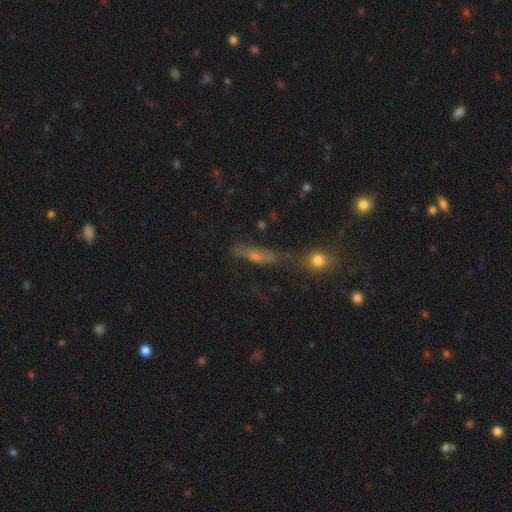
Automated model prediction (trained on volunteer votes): The model was most divided on "smooth or featured": smooth: 41%, featured or disk: 35%, star or artifact: 25%. More confident: merging — none (53%).